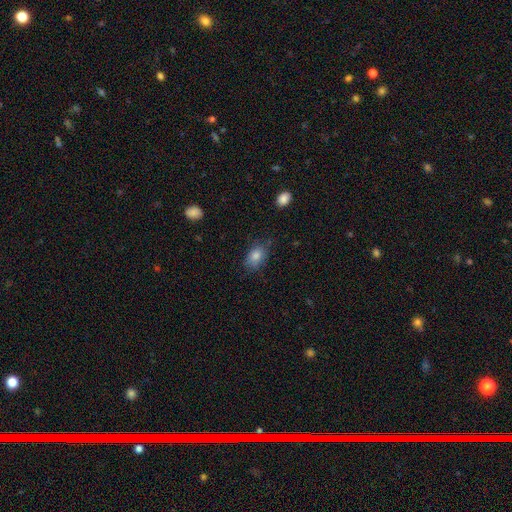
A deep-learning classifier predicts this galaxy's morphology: This appears to be a smooth galaxy with no disk features (83%) that is in between round and cigar-shaped (76%). Merging: none (77%).